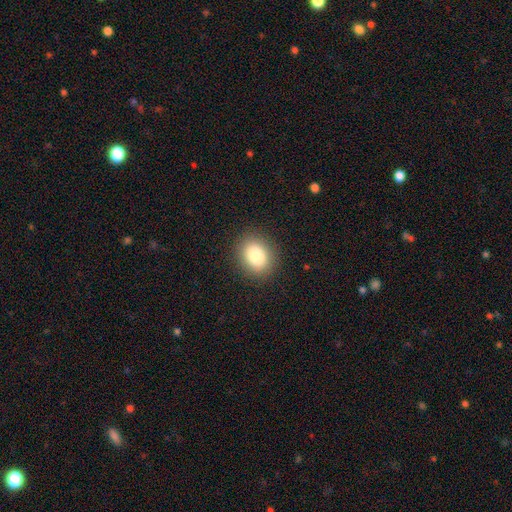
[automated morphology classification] Overall: smooth (85%). How rounded: in between (51%; round 48%). Merging: none (89%).